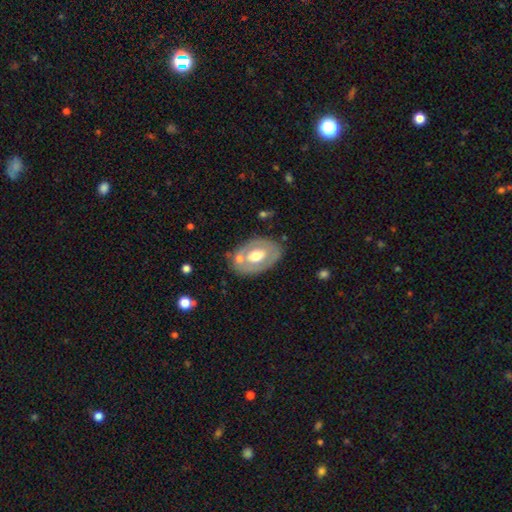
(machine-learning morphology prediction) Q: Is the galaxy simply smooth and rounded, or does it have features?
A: featured or disk — 51%.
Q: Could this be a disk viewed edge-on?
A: no — 89%.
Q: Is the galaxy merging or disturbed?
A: none — 69%.